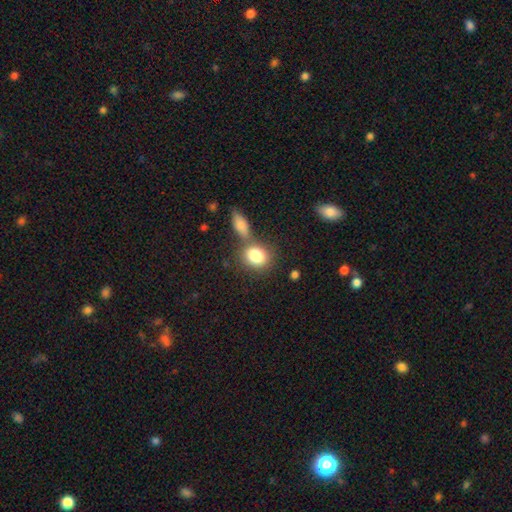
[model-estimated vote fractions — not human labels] A smooth galaxy with no disk features (83%) that is in between round and cigar-shaped (51%).

Vote fractions:
- Smooth or featured? smooth: 83% / featured or disk: 9% / star or artifact: 8%
- How rounded? in between: 51% / round: 48% / cigar-shaped: 2%
- Merging? none: 51% / merger: 32% / minor disturbance: 12% / major disturbance: 5%